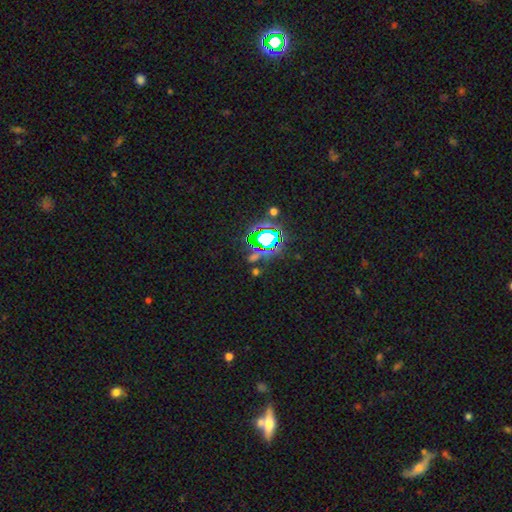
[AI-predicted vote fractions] star or artifact 78%, smooth 14%, featured or disk 8%.